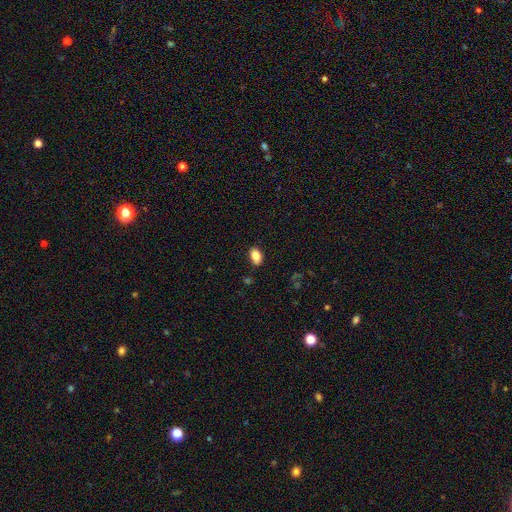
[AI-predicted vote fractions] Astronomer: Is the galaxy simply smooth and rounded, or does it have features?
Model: smooth — 83%.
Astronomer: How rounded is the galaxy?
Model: in between — 87%.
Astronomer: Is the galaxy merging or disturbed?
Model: none — 83%.